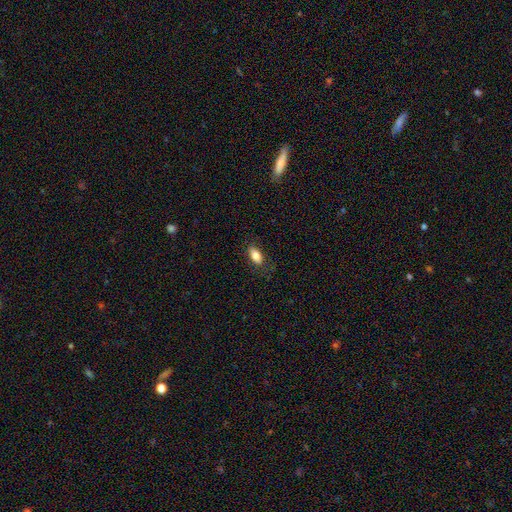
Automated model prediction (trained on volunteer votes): Overall: smooth (81%). How rounded: in between (88%). Merging: none (79%).